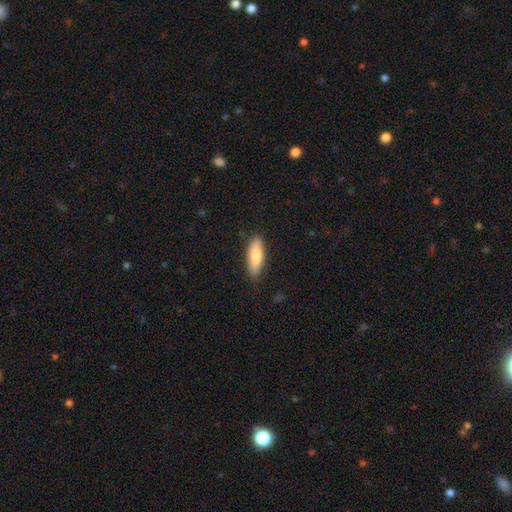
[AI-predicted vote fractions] smooth-or-featured: smooth: 82% | featured or disk: 12% | star or artifact: 6%
  how-rounded: in between: 61% | cigar-shaped: 37% | round: 2%
  merging: none: 85% | minor disturbance: 11% | major disturbance: 2% | merger: 1%